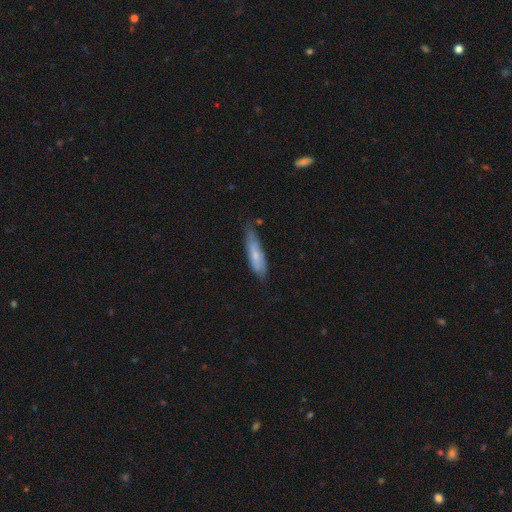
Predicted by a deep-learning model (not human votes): smooth 63%, featured or disk 31%, star or artifact 6%. Down the decision tree: how rounded — cigar-shaped (70%); merging — none (62%).